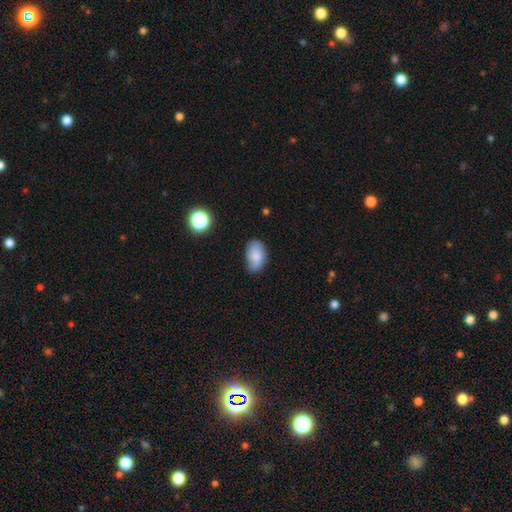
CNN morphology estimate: smooth-or-featured: smooth: 79% | featured or disk: 13% | star or artifact: 9%
  how-rounded: in between: 90% | round: 9% | cigar-shaped: 1%
  merging: none: 62% | minor disturbance: 30% | major disturbance: 6% | merger: 2%